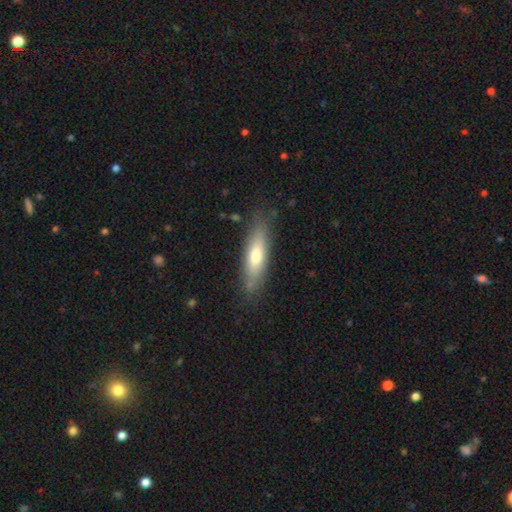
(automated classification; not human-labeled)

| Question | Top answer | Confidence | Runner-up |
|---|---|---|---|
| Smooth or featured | smooth | 64% | featured or disk (30%) |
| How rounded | cigar-shaped | 59% | in between (39%) |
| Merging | none | 82% | minor disturbance (13%) |